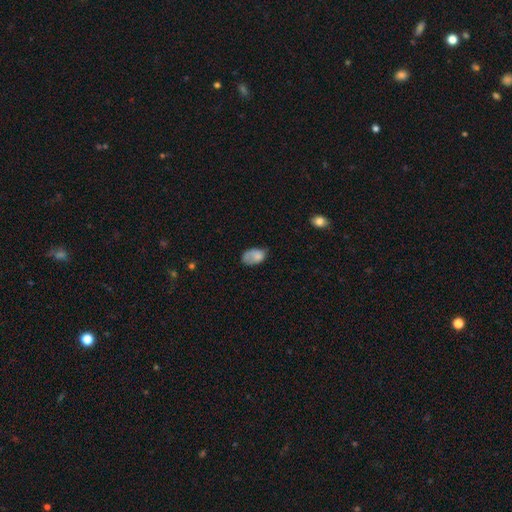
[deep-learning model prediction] Smooth or featured: smooth — 75% (featured or disk — 16%)
How rounded: in between — 86% (round — 13%)
Merging: none — 39% (minor disturbance — 35%)